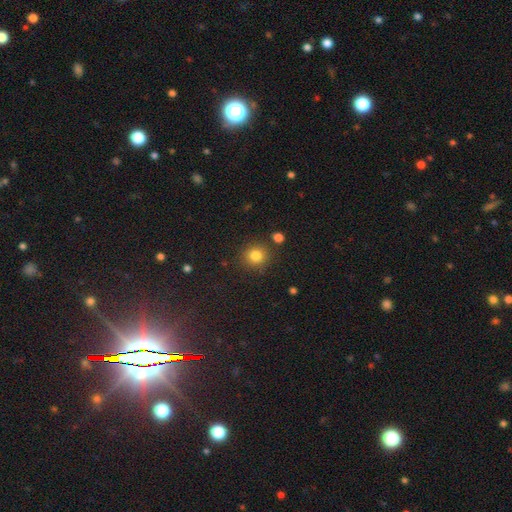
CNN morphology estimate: smooth-or-featured: smooth: 82% | star or artifact: 12% | featured or disk: 6%
  how-rounded: round: 90% | in between: 9% | cigar-shaped: 1%
  merging: none: 85% | minor disturbance: 8% | merger: 4% | major disturbance: 3%